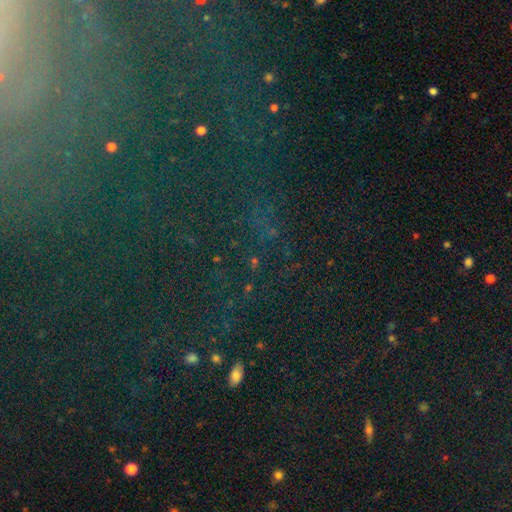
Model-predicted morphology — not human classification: A star or artifact, not a galaxy (79%).